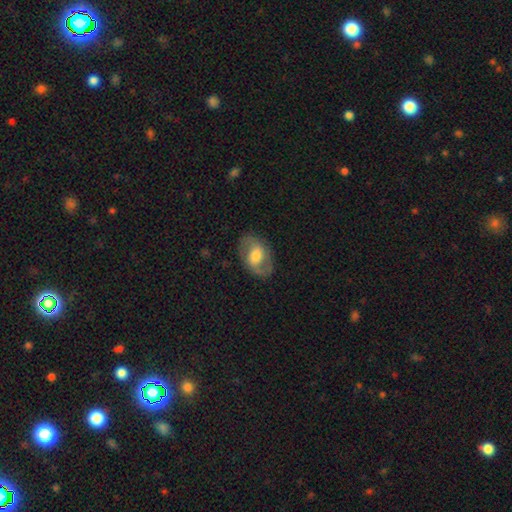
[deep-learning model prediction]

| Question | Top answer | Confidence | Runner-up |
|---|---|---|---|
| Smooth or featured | featured or disk | 56% | smooth (37%) |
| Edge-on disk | no | 94% | yes (6%) |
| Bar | no | 42% | weak (40%) |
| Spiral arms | yes | 68% | no (32%) |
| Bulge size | moderate | 58% | large (21%) |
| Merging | none | 79% | minor disturbance (14%) |